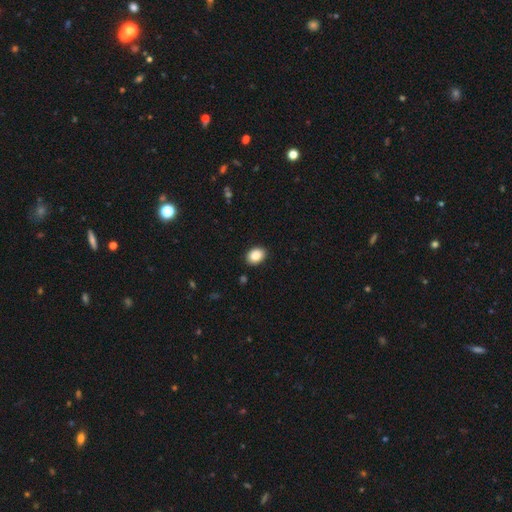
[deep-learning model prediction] A smooth galaxy with no disk features (86%) that is in between round and cigar-shaped (72%).

Vote fractions:
- Smooth or featured? smooth: 86% / star or artifact: 8% / featured or disk: 6%
- How rounded? in between: 72% / round: 28% / cigar-shaped: 1%
- Merging? none: 90% / minor disturbance: 7% / major disturbance: 2% / merger: 1%